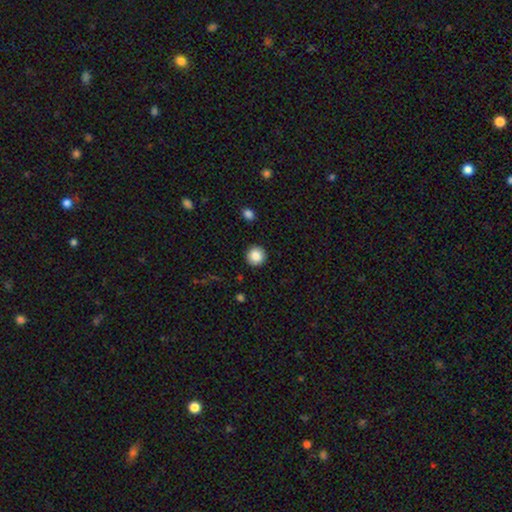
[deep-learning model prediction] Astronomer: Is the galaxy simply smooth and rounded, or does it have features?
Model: smooth — 87%.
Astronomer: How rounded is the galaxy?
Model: round — 94%.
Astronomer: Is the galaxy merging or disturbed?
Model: none — 92%.